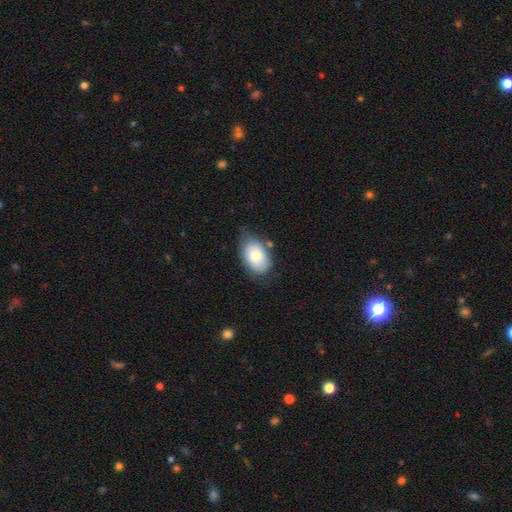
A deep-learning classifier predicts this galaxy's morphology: Smooth or featured? Predicted: smooth (p=0.75). How rounded? Predicted: in between (p=0.87). Merging? Predicted: none (p=0.58).